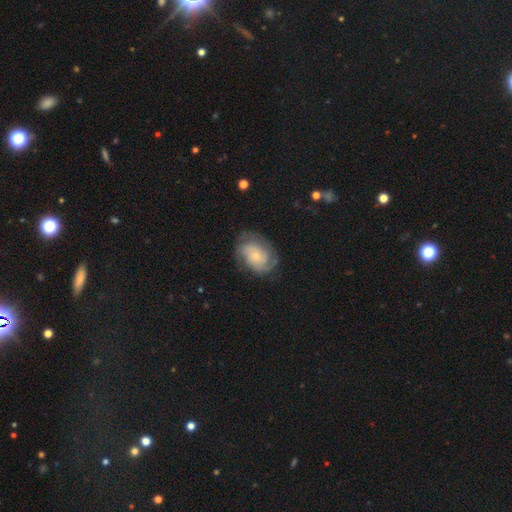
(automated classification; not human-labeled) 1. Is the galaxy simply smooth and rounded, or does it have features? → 71% featured or disk, 23% smooth, 6% star or artifact.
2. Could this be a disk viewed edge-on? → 98% no, 2% yes.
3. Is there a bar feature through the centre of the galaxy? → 77% no, 20% weak, 3% strong.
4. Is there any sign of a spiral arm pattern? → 91% yes, 9% no.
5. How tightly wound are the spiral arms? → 48% tight, 37% medium, 14% loose.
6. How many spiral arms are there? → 36% 2, 28% can't tell, 20% 3, 6% 4, 6% 1, 4% more than 4.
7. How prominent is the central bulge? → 69% small, 22% moderate, 4% none, 3% large, 1% dominant.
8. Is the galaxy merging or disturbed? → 68% none, 20% minor disturbance, 11% major disturbance, 1% merger.